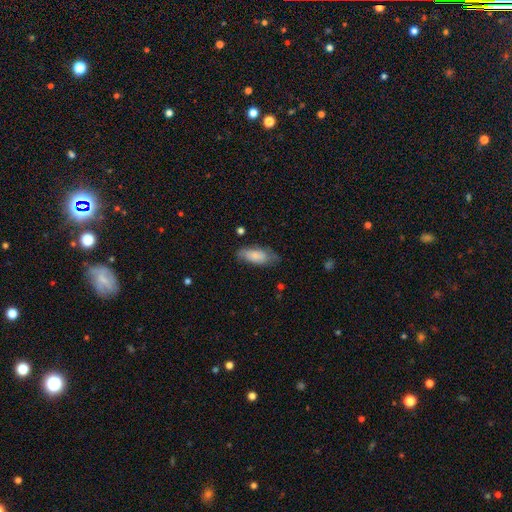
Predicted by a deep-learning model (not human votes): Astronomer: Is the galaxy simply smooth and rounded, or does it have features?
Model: smooth — 78%.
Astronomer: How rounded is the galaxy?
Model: in between — 82%.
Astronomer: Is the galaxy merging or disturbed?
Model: none — 63%.